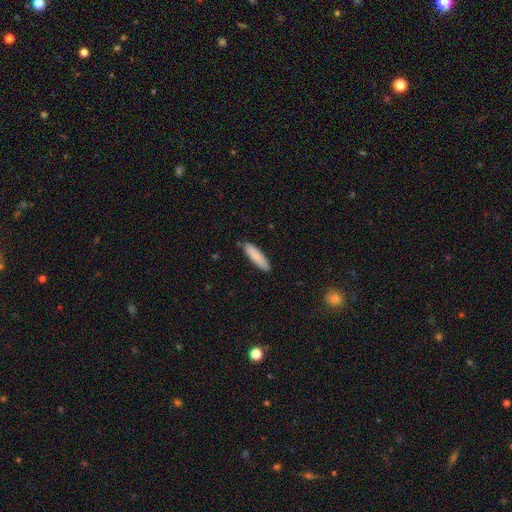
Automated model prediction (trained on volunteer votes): A smooth galaxy with no disk features (86%) that is cigar-shaped (70%). Merging: none (87%).